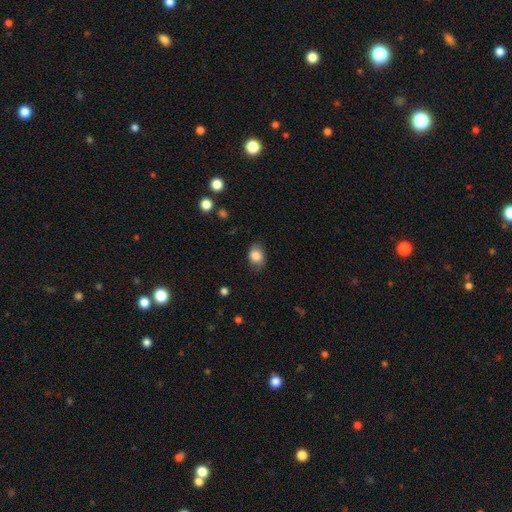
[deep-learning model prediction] Smooth or featured?
  - smooth: 84% *
  - star or artifact: 8%
  - featured or disk: 8%
How rounded?
  - in between: 70% *
  - round: 29%
  - cigar-shaped: 1%
Merging?
  - none: 74% *
  - minor disturbance: 20%
  - major disturbance: 5%
  - merger: 1%